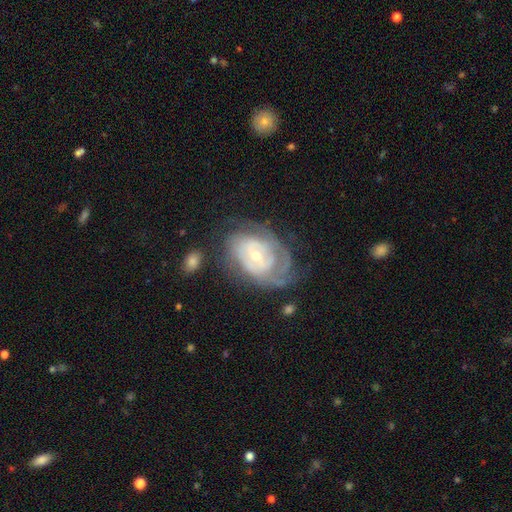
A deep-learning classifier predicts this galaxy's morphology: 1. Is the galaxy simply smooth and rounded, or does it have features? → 82% featured or disk, 12% smooth, 6% star or artifact.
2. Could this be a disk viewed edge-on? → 96% no, 4% yes.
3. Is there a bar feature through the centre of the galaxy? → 45% weak, 39% no, 15% strong.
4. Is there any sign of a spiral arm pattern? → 88% yes, 12% no.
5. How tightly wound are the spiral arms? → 67% tight, 25% medium, 8% loose.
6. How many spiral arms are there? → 47% can't tell, 25% 2, 14% 3, 6% 1, 6% 4, 3% more than 4.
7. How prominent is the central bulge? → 58% small, 38% moderate, 2% large, 1% none, 1% dominant.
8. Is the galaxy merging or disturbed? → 55% none, 25% minor disturbance, 18% major disturbance, 3% merger.